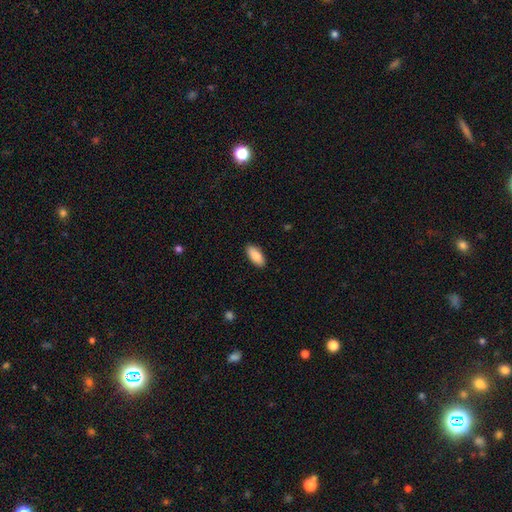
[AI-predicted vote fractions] Smooth or featured? smooth (87%)
How rounded? in between (87%)
Merging? none (90%)